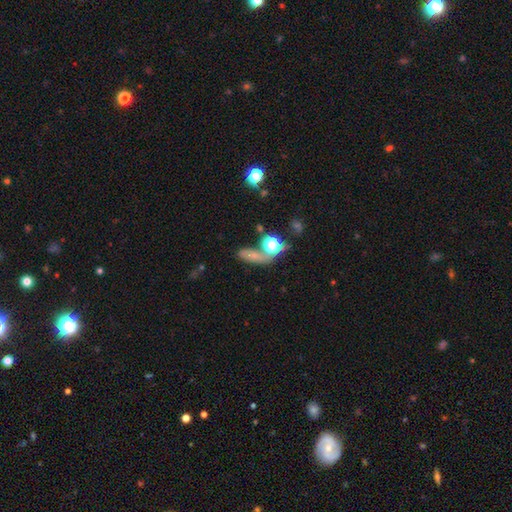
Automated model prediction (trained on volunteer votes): smooth-or-featured: smooth: 57% | star or artifact: 24% | featured or disk: 19%
  how-rounded: in between: 52% | round: 30% | cigar-shaped: 18%
  merging: none: 39% | merger: 28% | major disturbance: 18% | minor disturbance: 16%